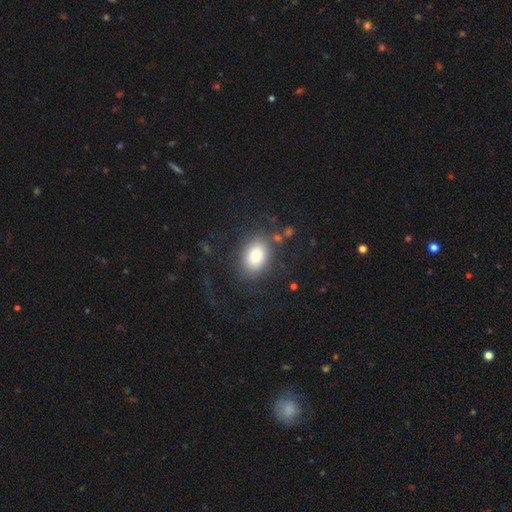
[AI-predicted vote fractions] smooth_or_featured: smooth (p=0.76) [alt: featured or disk p=0.15]
how_rounded: in between (p=0.79) [alt: round p=0.20]
merging: none (p=0.73) [alt: minor disturbance p=0.14]